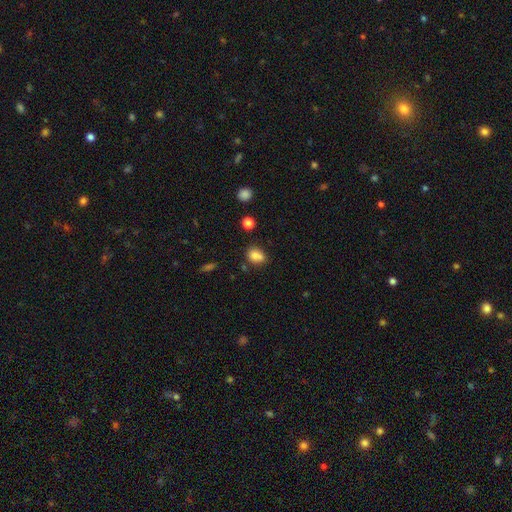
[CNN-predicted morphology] Overall: smooth (78%). How rounded: in between (52%; round 46%). Merging: none (51%; merger 25%).